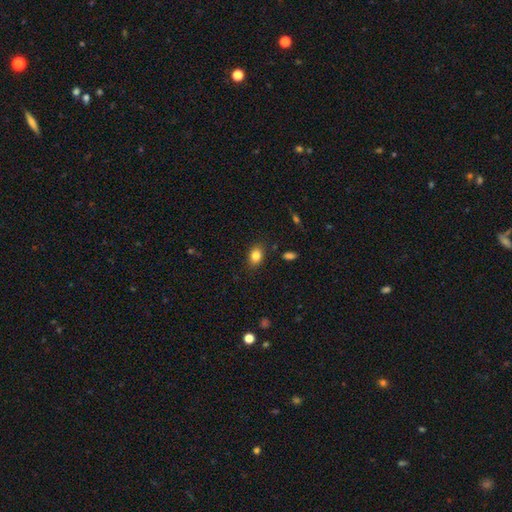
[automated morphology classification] This appears to be a smooth galaxy with no disk features (84%) that is in between round and cigar-shaped (73%). Merging: none (85%).